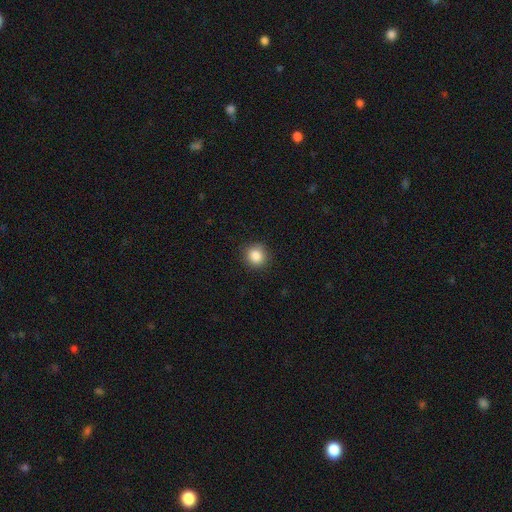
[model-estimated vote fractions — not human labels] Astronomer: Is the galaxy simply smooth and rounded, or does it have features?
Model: smooth — 86%.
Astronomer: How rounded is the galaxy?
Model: round — 88%.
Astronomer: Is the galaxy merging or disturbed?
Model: none — 89%.